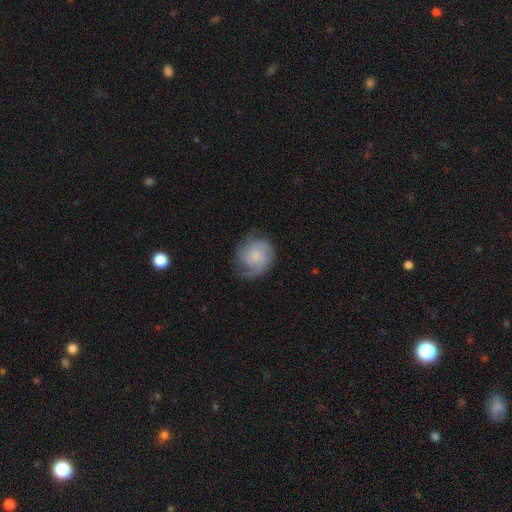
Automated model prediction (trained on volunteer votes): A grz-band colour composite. It shows a featured or disk galaxy (67%) with no bar (73%), 2 (31%) tight (44%) spiral arms (94%) and a small central bulge (56%). Merging: none (68%).